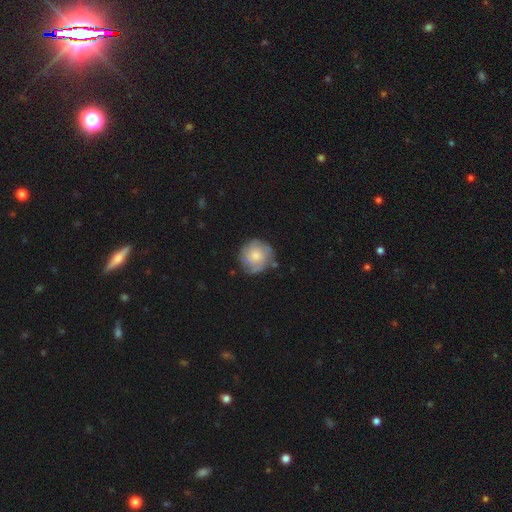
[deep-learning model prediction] Smooth or featured?
  - featured or disk: 54% *
  - smooth: 39%
  - star or artifact: 6%
Edge-on disk?
  - no: 98% *
  - yes: 2%
Bar?
  - no: 80% *
  - weak: 17%
  - strong: 2%
Spiral arms?
  - yes: 84% *
  - no: 16%
Bulge size?
  - moderate: 54% *
  - small: 28%
  - large: 11%
  - none: 5%
  - dominant: 2%
Merging?
  - none: 74% *
  - minor disturbance: 18%
  - major disturbance: 6%
  - merger: 2%